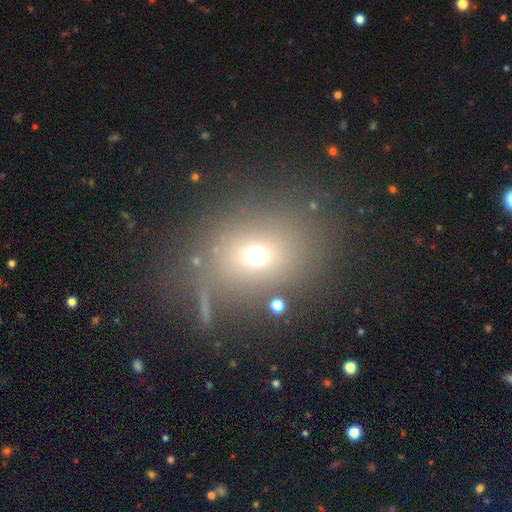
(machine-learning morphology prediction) Overall: smooth (66%). How rounded: round (56%; in between 42%). Merging: none (70%).